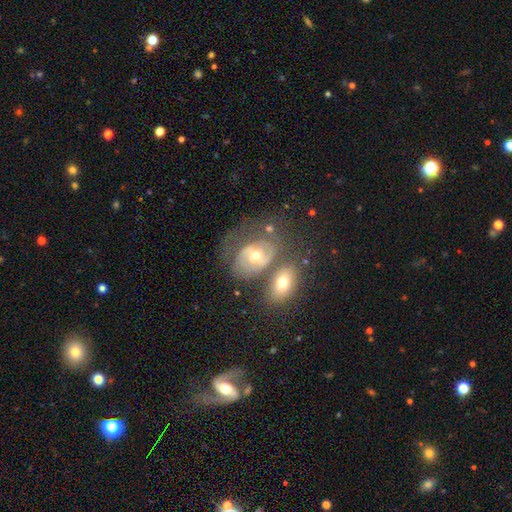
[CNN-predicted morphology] type=featured or disk (62%); edge-on=no (94%); bar=no (71%); spiral arms=yes (64%); bulge=moderate (61%); merging=merger (36%).